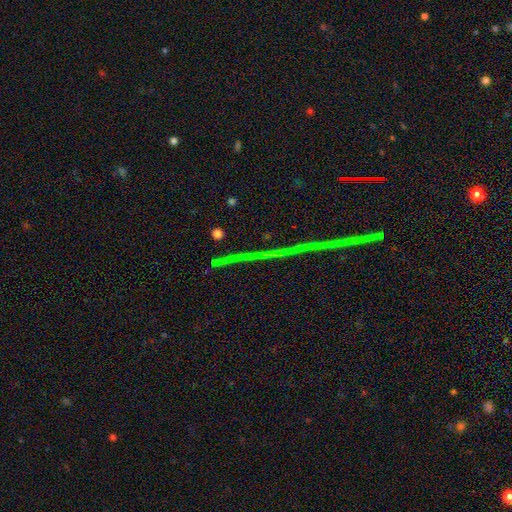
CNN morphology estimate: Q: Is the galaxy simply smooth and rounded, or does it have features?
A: star or artifact — 78%.